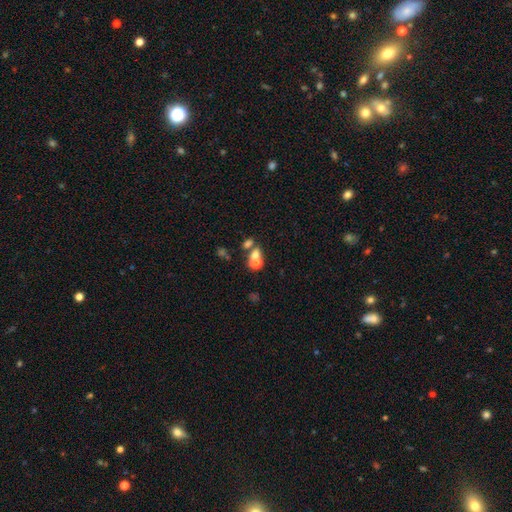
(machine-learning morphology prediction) A smooth galaxy with no disk features (65%) that is round (50%).

Vote fractions:
- Smooth or featured? smooth: 65% / featured or disk: 20% / star or artifact: 15%
- How rounded? round: 50% / in between: 47% / cigar-shaped: 2%
- Merging? merger: 57% / none: 30% / minor disturbance: 7% / major disturbance: 5%